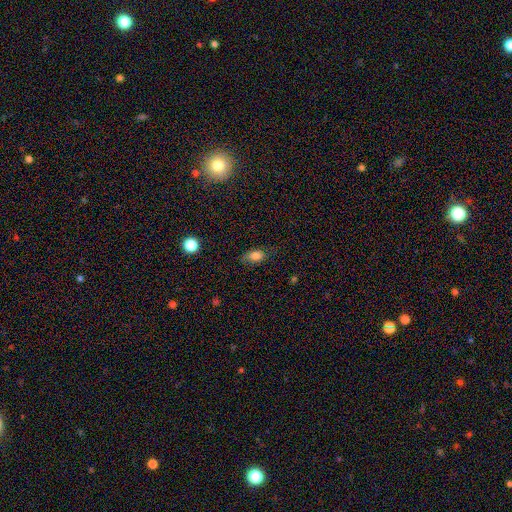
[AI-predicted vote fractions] Smooth or featured: smooth — 81% (star or artifact — 10%)
How rounded: in between — 86% (round — 9%)
Merging: none — 72% (minor disturbance — 20%)